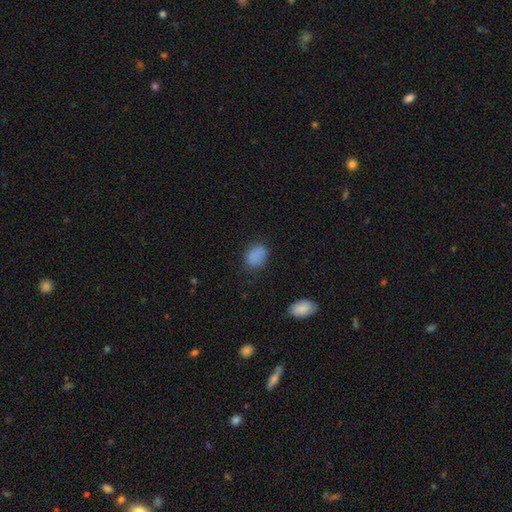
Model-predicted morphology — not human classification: This is clearly a smooth galaxy (85%). How rounded: likely in between (69%). Merging: likely none (77%).